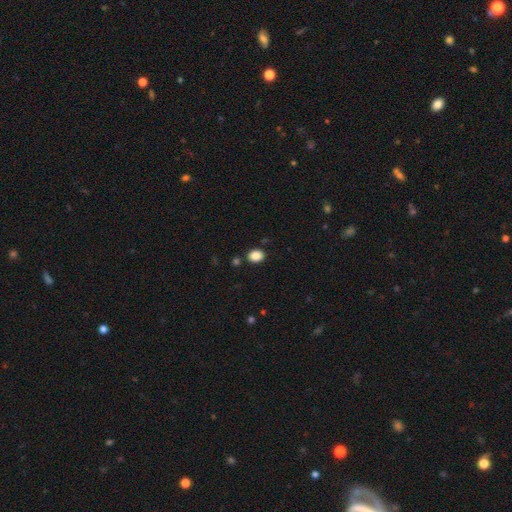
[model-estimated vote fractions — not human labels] This is clearly a smooth galaxy (88%). How rounded: likely in between (60%). Merging: clearly none (85%).